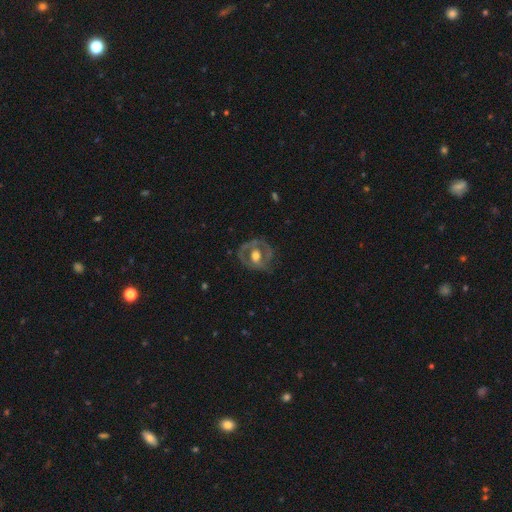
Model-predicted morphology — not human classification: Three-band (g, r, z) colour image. It shows a featured or disk galaxy (66%) with no bar (66%), no spiral arms (62%) and a moderate central bulge (60%). Merging: none (66%).